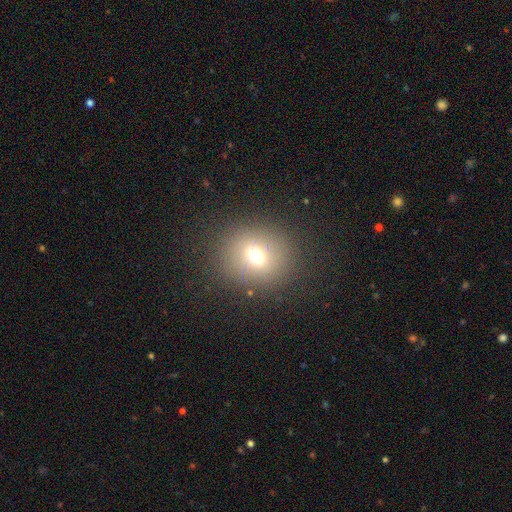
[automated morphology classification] Smooth or featured?
  - smooth: 67% *
  - star or artifact: 18%
  - featured or disk: 15%
How rounded?
  - round: 71% *
  - in between: 28%
  - cigar-shaped: 1%
Merging?
  - none: 84% *
  - minor disturbance: 9%
  - major disturbance: 5%
  - merger: 2%